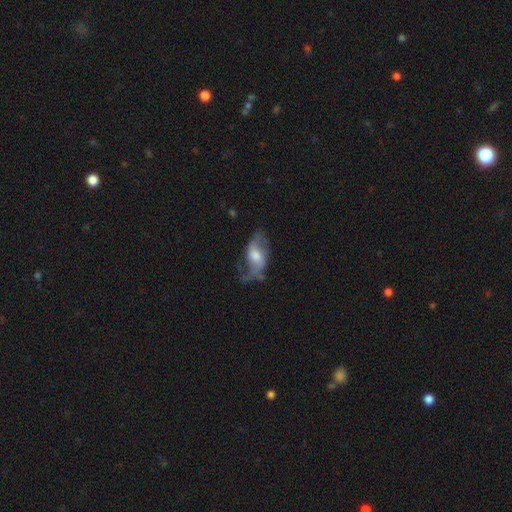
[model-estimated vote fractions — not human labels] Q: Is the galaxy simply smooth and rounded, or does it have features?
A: featured or disk — 70%.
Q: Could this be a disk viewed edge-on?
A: no — 92%.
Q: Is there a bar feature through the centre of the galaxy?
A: weak — 45%.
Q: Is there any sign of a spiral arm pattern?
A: yes — 84%.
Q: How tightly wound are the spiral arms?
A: loose — 62%.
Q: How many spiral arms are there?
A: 2 — 83%.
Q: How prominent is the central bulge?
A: moderate — 57%.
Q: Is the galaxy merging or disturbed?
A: none — 51%.